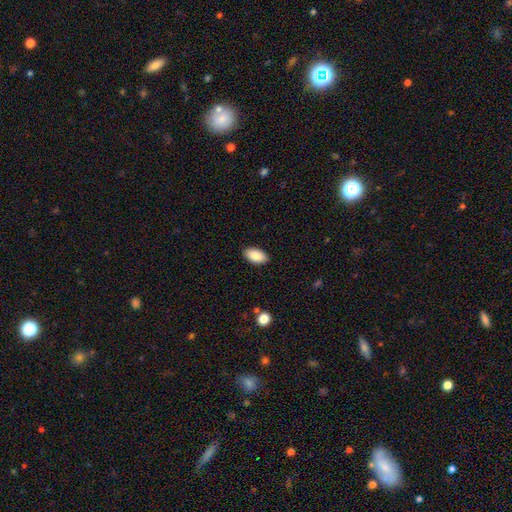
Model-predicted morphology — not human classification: This appears to be a smooth galaxy with no disk features (88%) that is in between round and cigar-shaped (94%). Merging: none (89%).